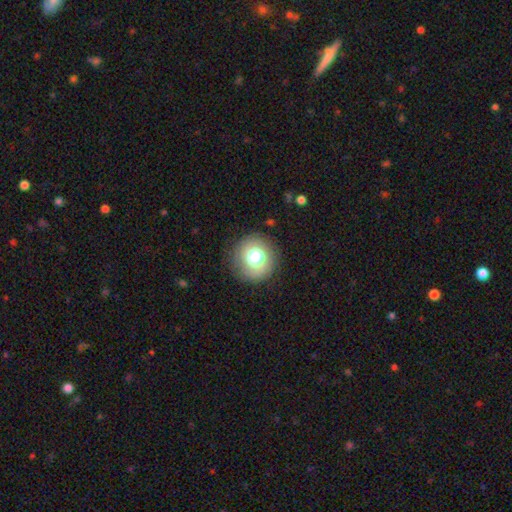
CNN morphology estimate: Smooth or featured?
  - smooth: 64% *
  - featured or disk: 19%
  - star or artifact: 17%
How rounded?
  - round: 91% *
  - in between: 8%
  - cigar-shaped: 1%
Merging?
  - none: 82% *
  - minor disturbance: 10%
  - major disturbance: 5%
  - merger: 2%